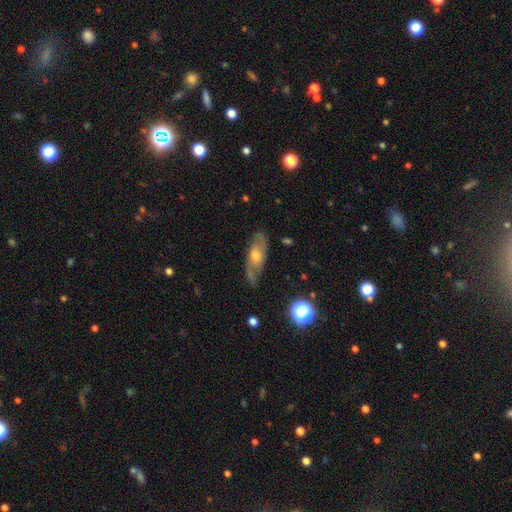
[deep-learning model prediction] featured or disk 69%, smooth 22%, star or artifact 9%. Down the decision tree: edge-on disk — no (78%); bar — no (69%); spiral arms — yes (81%); bulge size — moderate (64%); merging — none (76%).